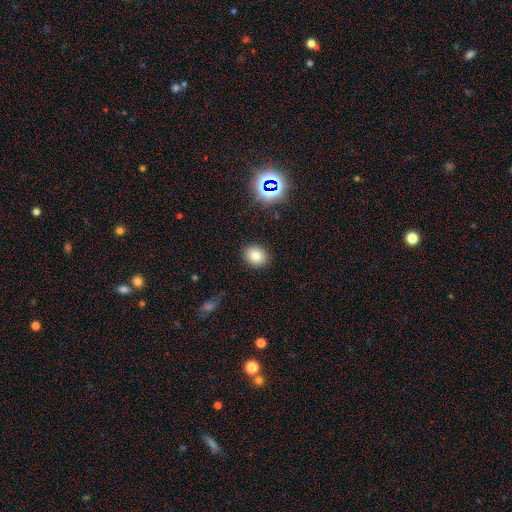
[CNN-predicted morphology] Smooth or featured: smooth — 77% (star or artifact — 14%)
How rounded: round — 69% (in between — 30%)
Merging: none — 88% (minor disturbance — 8%)